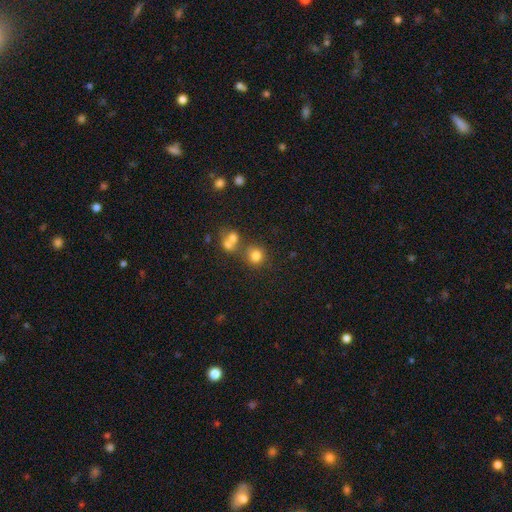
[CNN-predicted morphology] A smooth galaxy with no disk features (77%) that is round (84%). Merging: none (61%).